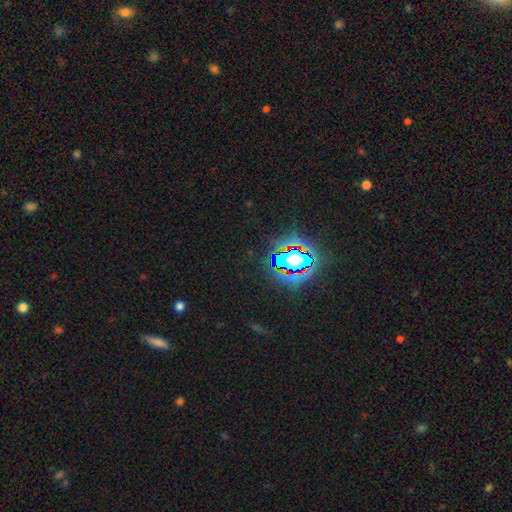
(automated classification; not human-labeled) star or artifact 80%, smooth 11%, featured or disk 9%.